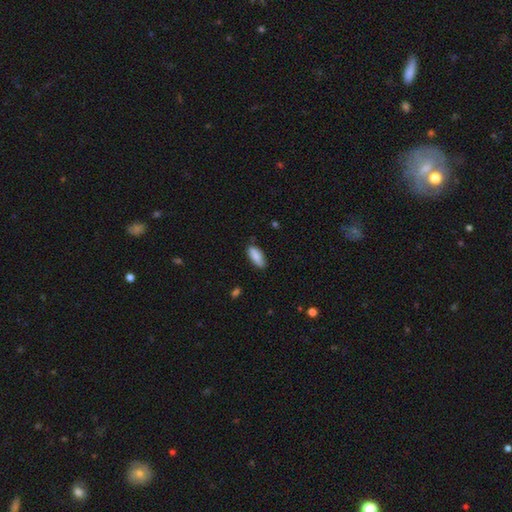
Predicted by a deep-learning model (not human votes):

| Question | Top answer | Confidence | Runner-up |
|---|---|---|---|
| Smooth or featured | smooth | 87% | featured or disk (7%) |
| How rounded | in between | 77% | cigar-shaped (21%) |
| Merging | none | 79% | minor disturbance (17%) |